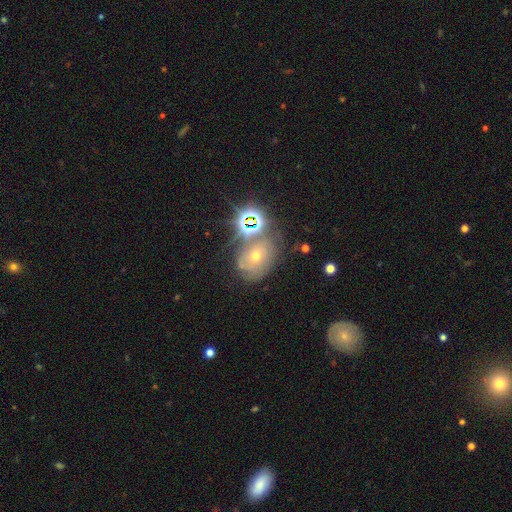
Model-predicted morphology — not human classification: Overall: featured or disk (42%; star or artifact 35%). Merging: none (59%).